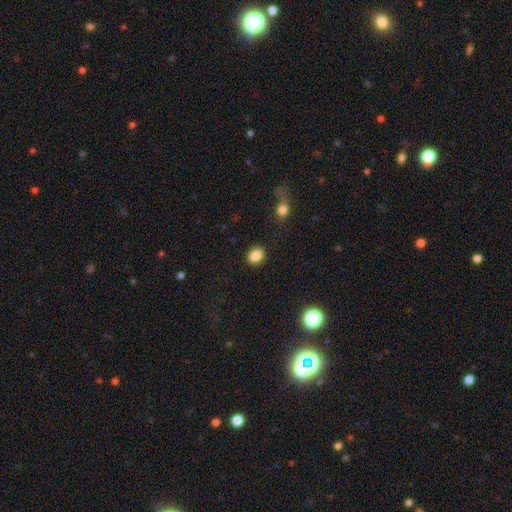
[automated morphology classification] A smooth galaxy with no disk features (86%) that is round (54%).

Vote fractions:
- Smooth or featured? smooth: 86% / star or artifact: 9% / featured or disk: 5%
- How rounded? round: 54% / in between: 45% / cigar-shaped: 1%
- Merging? none: 88% / minor disturbance: 8% / major disturbance: 3% / merger: 2%